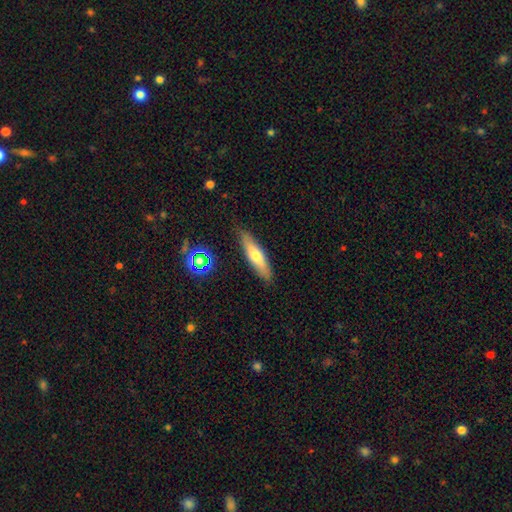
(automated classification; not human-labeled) Morphology: type=smooth (58%); roundness=cigar-shaped (72%); merging=none (85%).